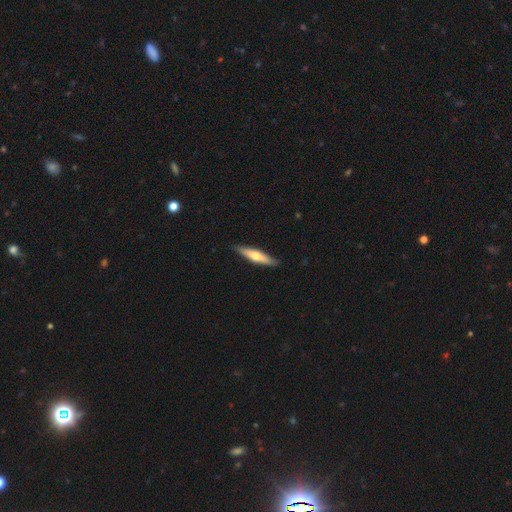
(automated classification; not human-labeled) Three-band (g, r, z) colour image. It shows a smooth galaxy with no disk features (50%). Merging: none (89%).